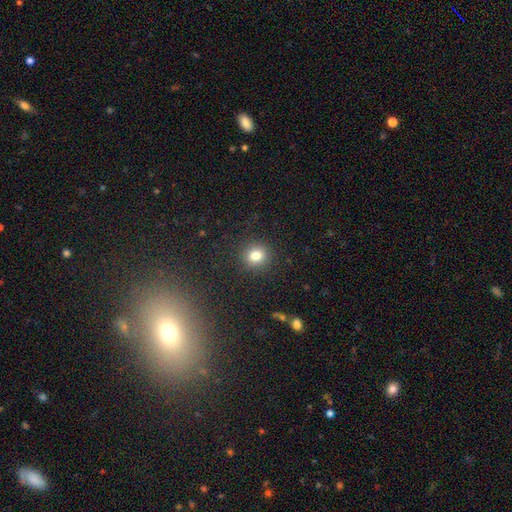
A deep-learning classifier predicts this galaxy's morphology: The model was most divided on "smooth or featured": smooth: 81%, star or artifact: 12%, featured or disk: 7%. More confident: merging — none (89%); how rounded — round (85%).